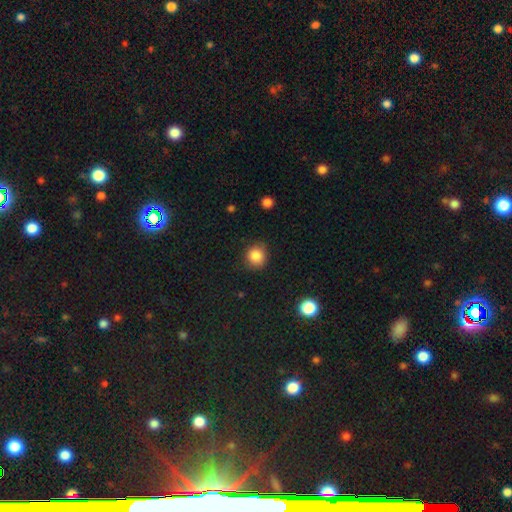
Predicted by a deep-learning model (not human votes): smooth_or_featured: smooth (p=0.85) [alt: star or artifact p=0.10]
how_rounded: round (p=0.86) [alt: in between p=0.13]
merging: none (p=0.83) [alt: minor disturbance p=0.13]